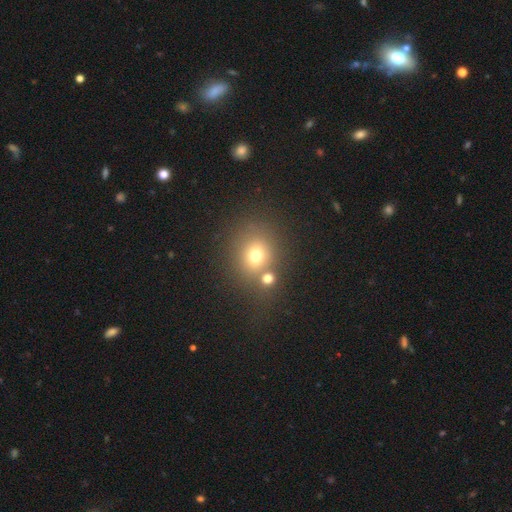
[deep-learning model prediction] Overall: smooth (72%). How rounded: round (76%). Merging: none (62%; merger 23%).